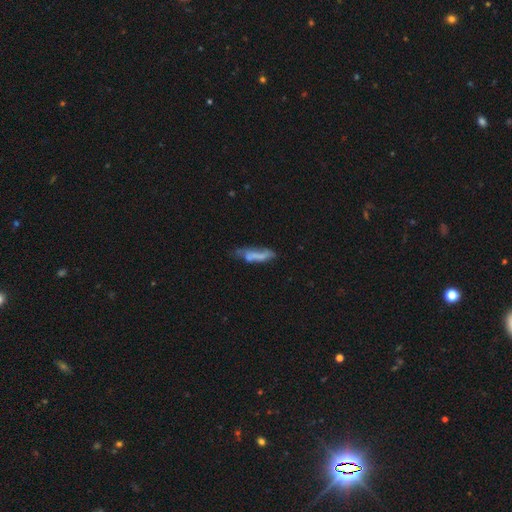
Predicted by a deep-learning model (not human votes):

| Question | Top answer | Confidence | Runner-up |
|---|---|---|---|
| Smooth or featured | smooth | 52% | featured or disk (38%) |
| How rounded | cigar-shaped | 63% | in between (35%) |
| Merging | none | 36% | minor disturbance (29%) |